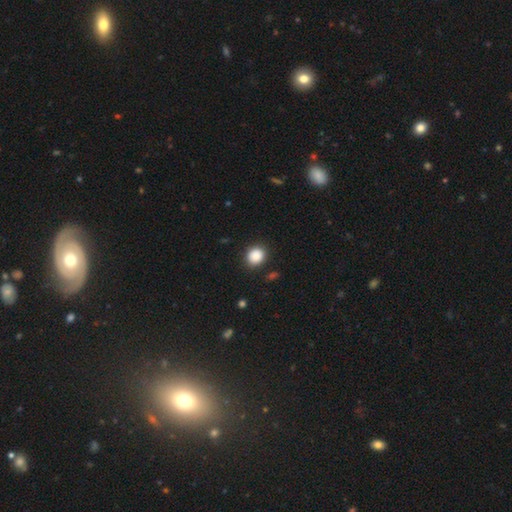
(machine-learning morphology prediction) The model was most divided on "how rounded": round: 76%, in between: 23%, cigar-shaped: 1%. More confident: smooth or featured — smooth (88%); merging — none (86%).